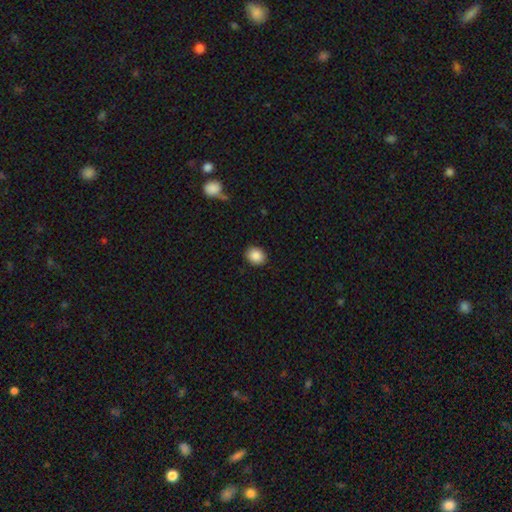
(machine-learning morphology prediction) type=smooth (88%); roundness=round (58%); merging=none (90%).